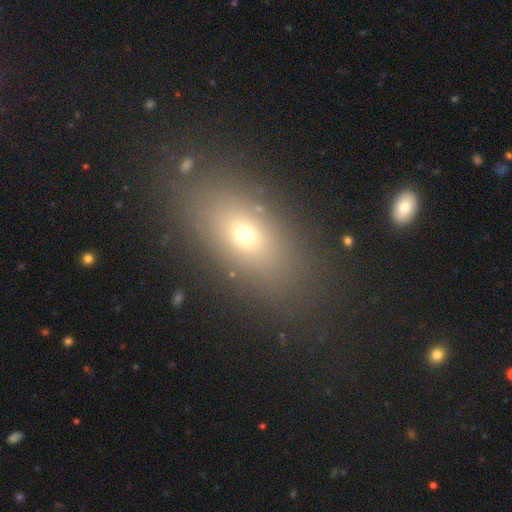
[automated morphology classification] This appears to be a smooth galaxy with no disk features (63%) that is in between round and cigar-shaped (75%). Merging: none (85%).